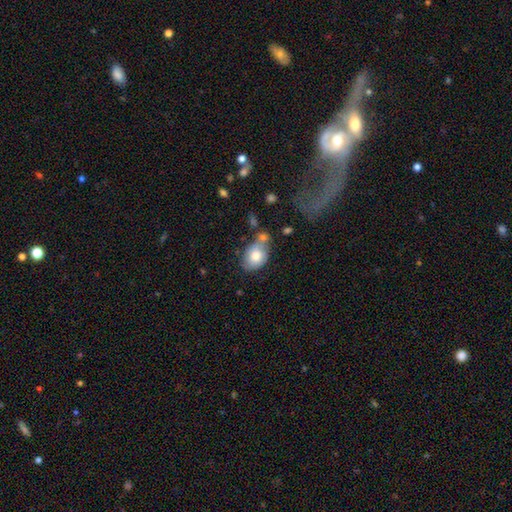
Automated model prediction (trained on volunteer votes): smooth 76%, featured or disk 17%, star or artifact 7%. Down the decision tree: how rounded — in between (75%); merging — none (43%).